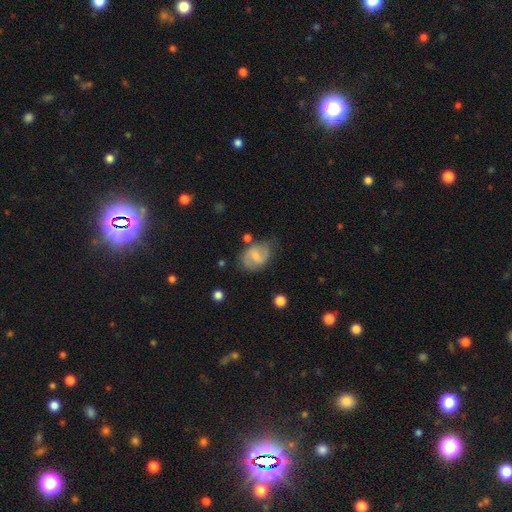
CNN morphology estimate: Smooth or featured? featured or disk (53%)
Edge-on disk? no (97%)
Bar? weak (54%)
Spiral arms? yes (80%)
Bulge size? small (51%)
Merging? none (58%)